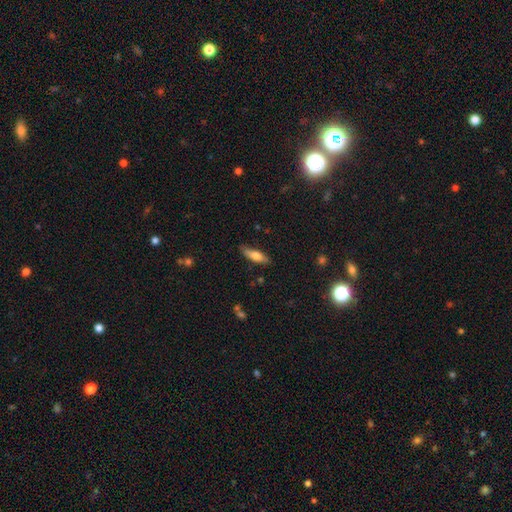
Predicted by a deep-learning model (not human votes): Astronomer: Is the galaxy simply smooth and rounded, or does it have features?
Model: smooth — 68%.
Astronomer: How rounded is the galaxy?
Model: cigar-shaped — 51% (runner-up: in between, 47%).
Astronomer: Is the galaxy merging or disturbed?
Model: none — 79%.